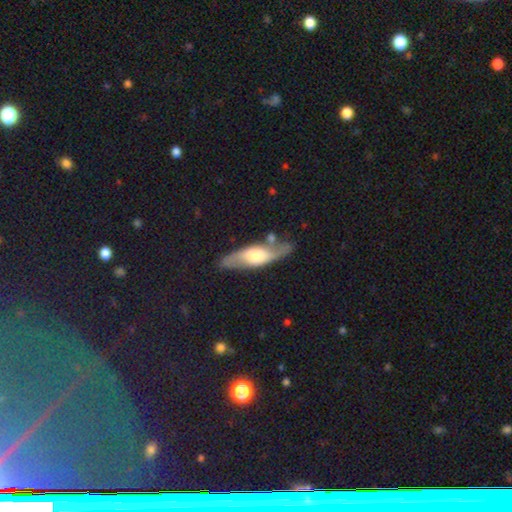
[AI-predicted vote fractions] Smooth or featured: featured or disk — 61% (smooth — 33%)
Edge-on disk: no — 52% (yes — 48%)
Merging: none — 72% (minor disturbance — 17%)